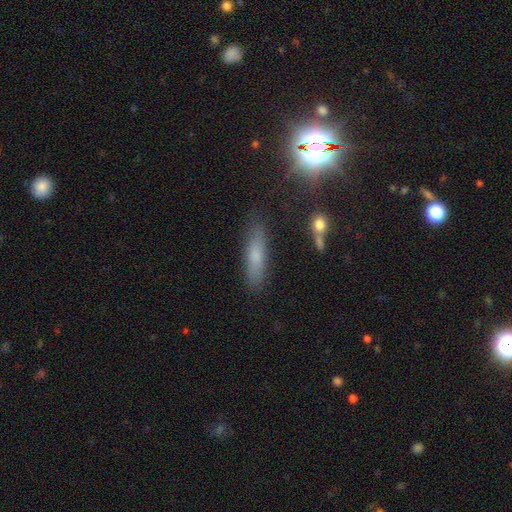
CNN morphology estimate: smooth 66%, featured or disk 21%, star or artifact 13%. Down the decision tree: how rounded — cigar-shaped (69%); merging — none (80%).